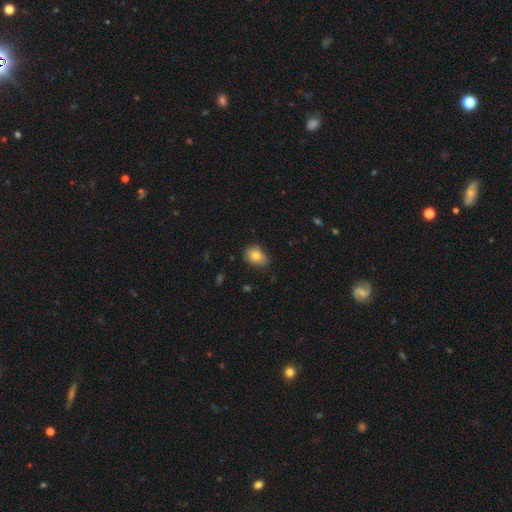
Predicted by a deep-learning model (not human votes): Overall: smooth (80%). How rounded: in between (65%; round 34%). Merging: none (70%).